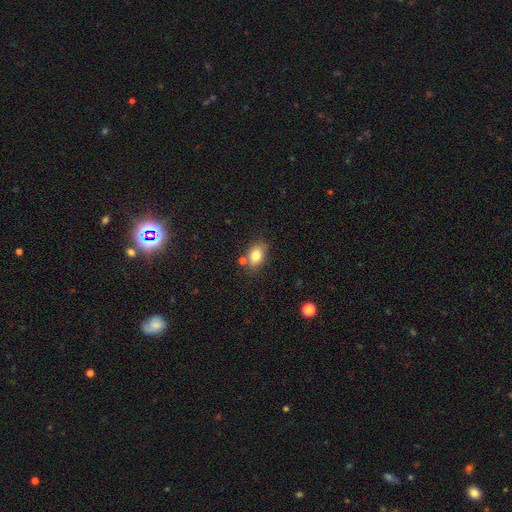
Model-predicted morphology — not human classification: This appears to be a smooth galaxy with no disk features (81%) that is in between round and cigar-shaped (77%). Merging: none (71%).